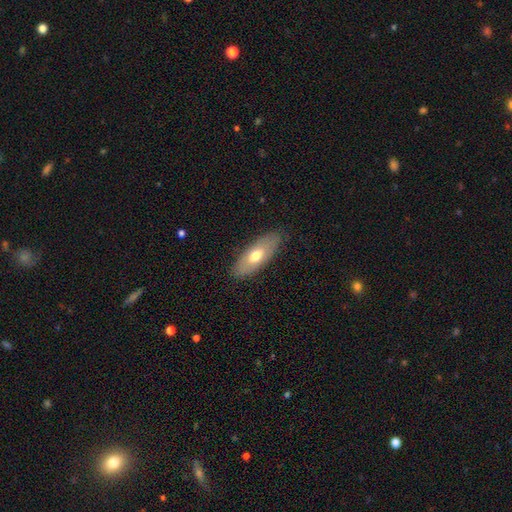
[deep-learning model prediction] Q: Smooth or featured?
A: smooth (63%); runner-up: featured or disk (31%)
Q: How rounded?
A: in between (78%); runner-up: cigar-shaped (20%)
Q: Merging?
A: none (83%); runner-up: minor disturbance (13%)